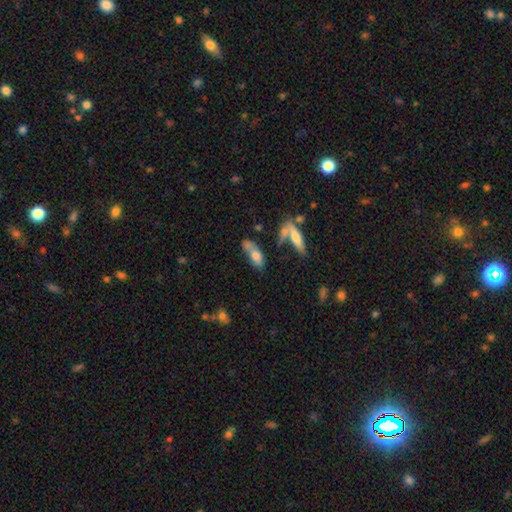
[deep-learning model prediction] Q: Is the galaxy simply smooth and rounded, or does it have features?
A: smooth — 66%.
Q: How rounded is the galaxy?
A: in between — 72%.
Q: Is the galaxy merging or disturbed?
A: merger — 36%.